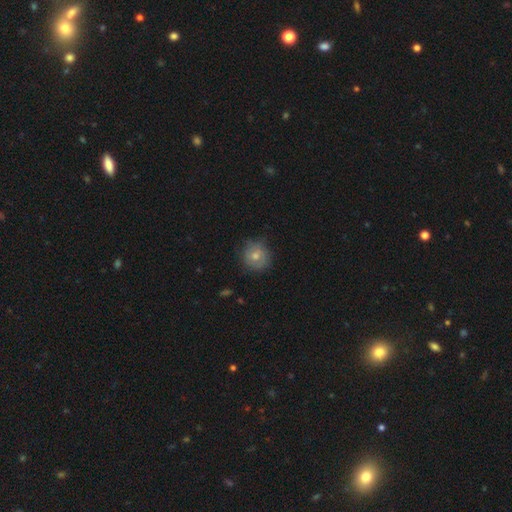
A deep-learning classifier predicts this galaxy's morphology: Smooth or featured: smooth — 67% (featured or disk — 24%)
How rounded: round — 88% (in between — 11%)
Merging: none — 75% (minor disturbance — 19%)